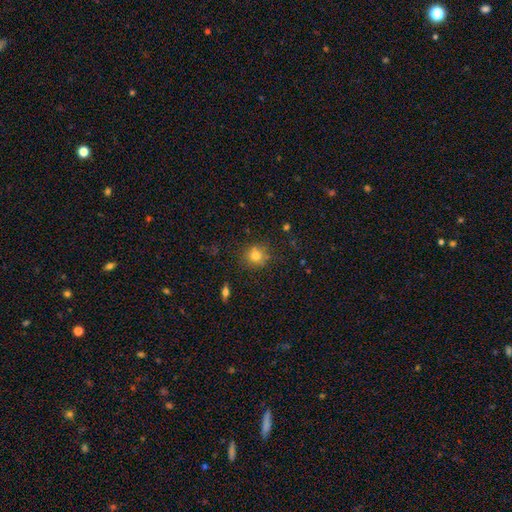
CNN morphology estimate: smooth 77%, star or artifact 14%, featured or disk 9%. Down the decision tree: how rounded — round (85%); merging — none (81%).